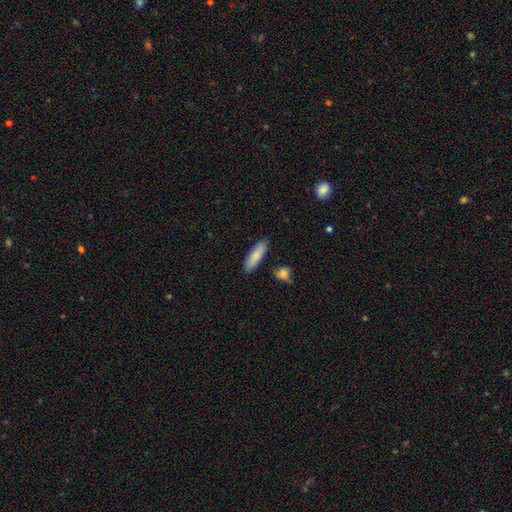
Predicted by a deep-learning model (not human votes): Smooth or featured? smooth (82%)
How rounded? cigar-shaped (49%, tied with in between)
Merging? none (85%)